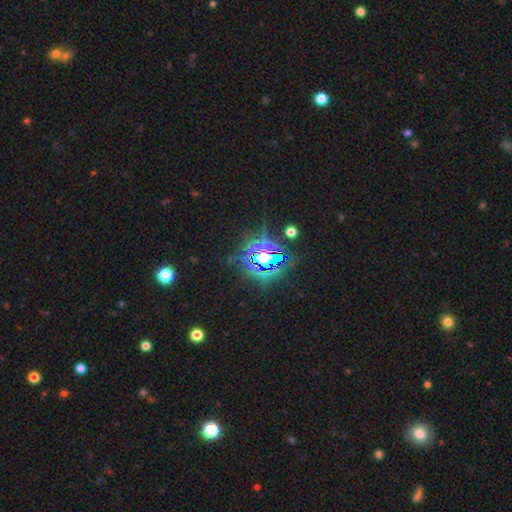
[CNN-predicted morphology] Smooth or featured? star or artifact (83%)